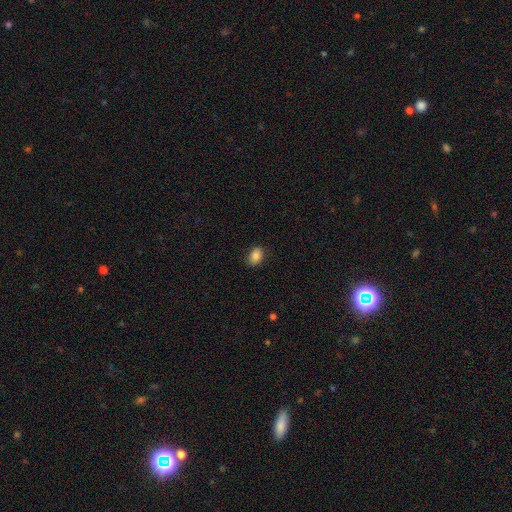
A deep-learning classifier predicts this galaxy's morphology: This is clearly a smooth galaxy (85%). How rounded: likely in between (74%). Merging: clearly none (84%).